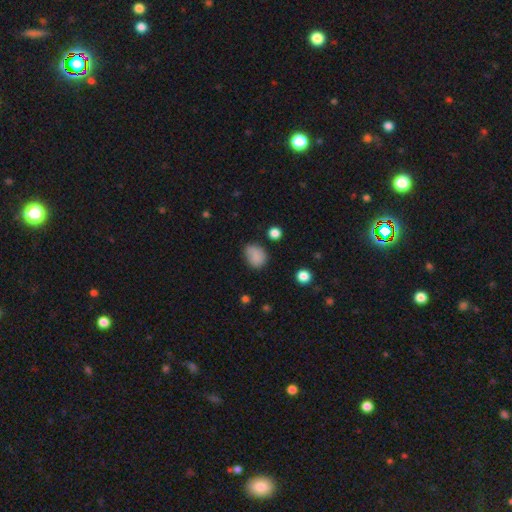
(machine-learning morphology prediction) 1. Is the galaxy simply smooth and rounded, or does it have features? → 80% smooth, 10% star or artifact, 9% featured or disk.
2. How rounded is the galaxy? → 53% in between, 45% round, 1% cigar-shaped.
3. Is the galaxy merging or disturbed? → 61% none, 26% minor disturbance, 8% major disturbance, 4% merger.